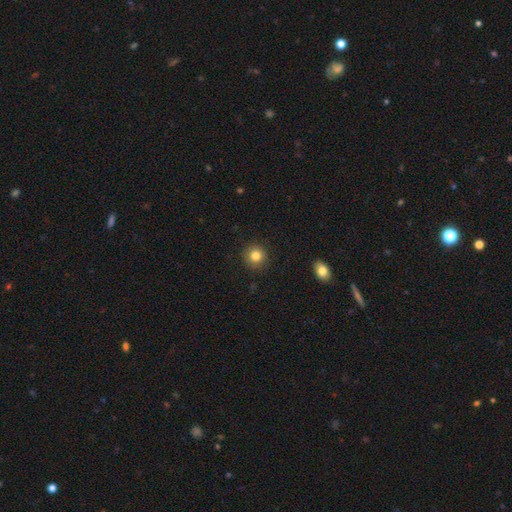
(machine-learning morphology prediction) smooth_or_featured: smooth (p=0.82) [alt: star or artifact p=0.11]
how_rounded: round (p=0.93) [alt: in between p=0.06]
merging: none (p=0.90) [alt: minor disturbance p=0.07]